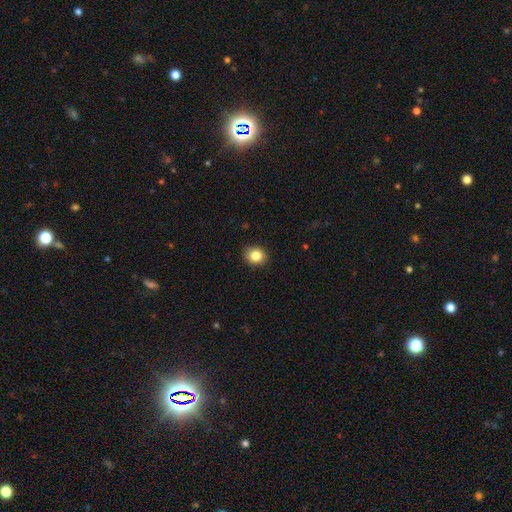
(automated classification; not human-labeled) Smooth or featured? Predicted: smooth (p=0.84). How rounded? Predicted: round (p=0.73). Merging? Predicted: none (p=0.90).